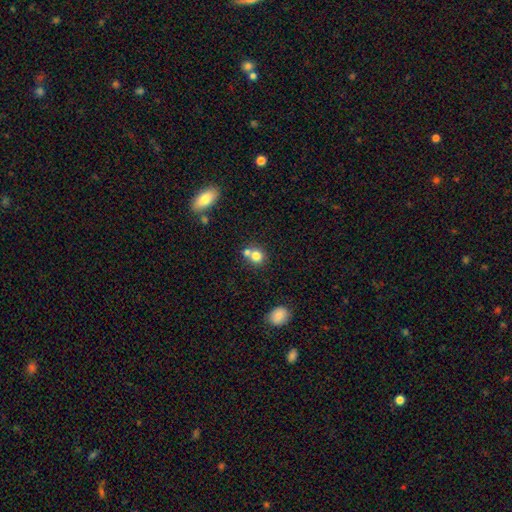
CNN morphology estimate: smooth 78%, star or artifact 11%, featured or disk 10%. Down the decision tree: how rounded — round (83%); merging — none (48%).